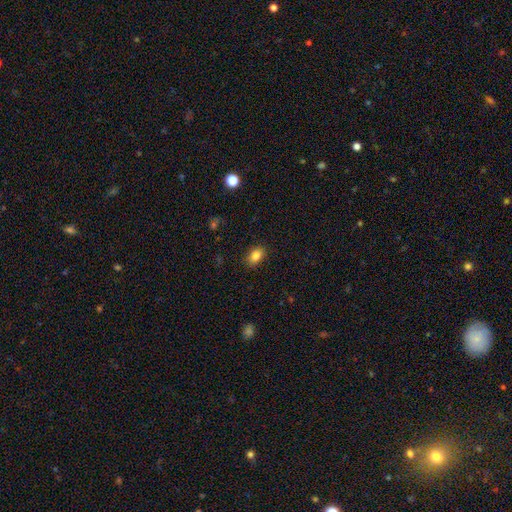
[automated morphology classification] Overall: smooth (85%). How rounded: in between (84%). Merging: none (87%).